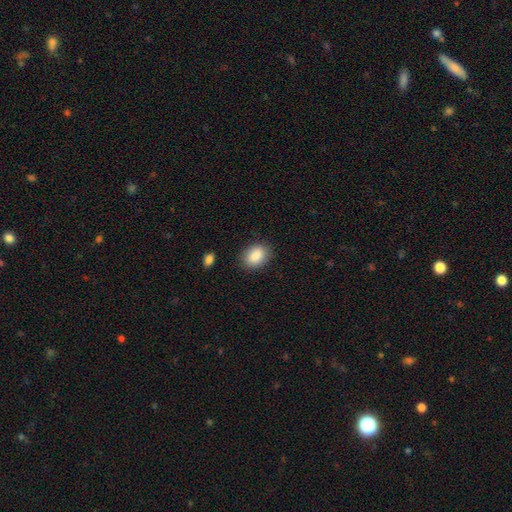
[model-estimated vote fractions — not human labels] This is clearly a smooth galaxy (88%). How rounded: likely in between (73%). Merging: clearly none (85%).